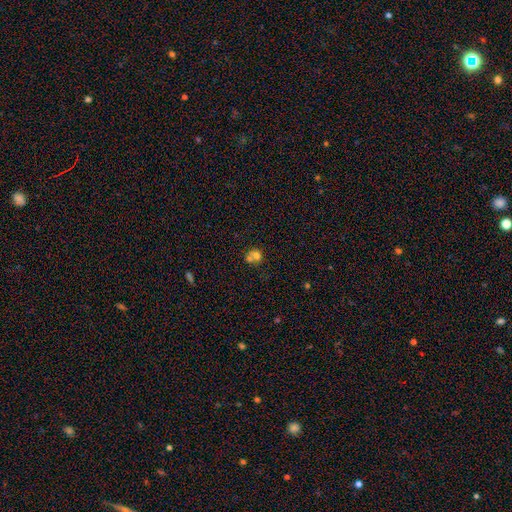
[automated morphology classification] Smooth or featured? smooth (66%)
How rounded? round (72%)
Merging? merger (53%)